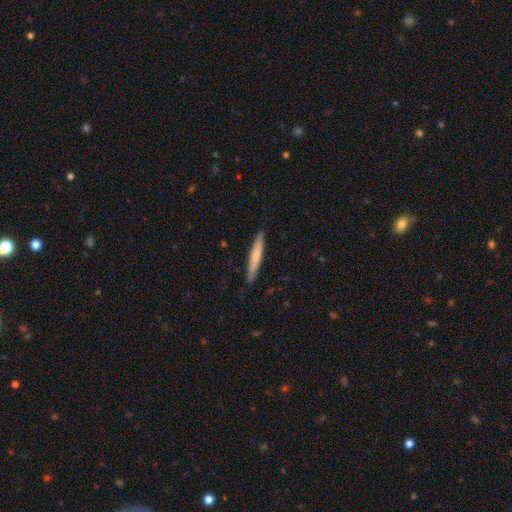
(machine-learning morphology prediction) Smooth or featured? smooth (61%)
How rounded? cigar-shaped (95%)
Merging? none (91%)